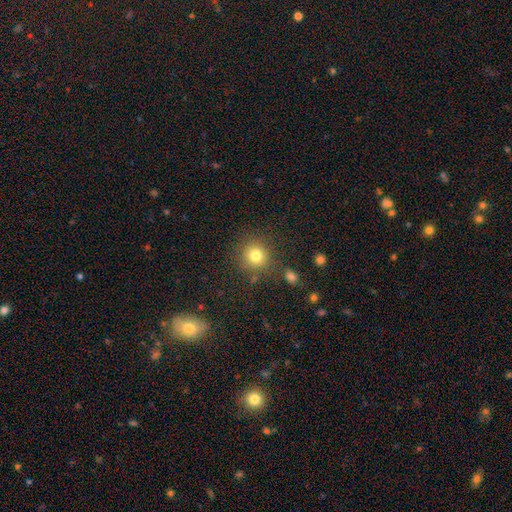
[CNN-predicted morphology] A smooth galaxy with no disk features (79%) that is round (91%).

Vote fractions:
- Smooth or featured? smooth: 79% / star or artifact: 13% / featured or disk: 7%
- How rounded? round: 91% / in between: 8% / cigar-shaped: 1%
- Merging? none: 82% / minor disturbance: 9% / merger: 5% / major disturbance: 4%